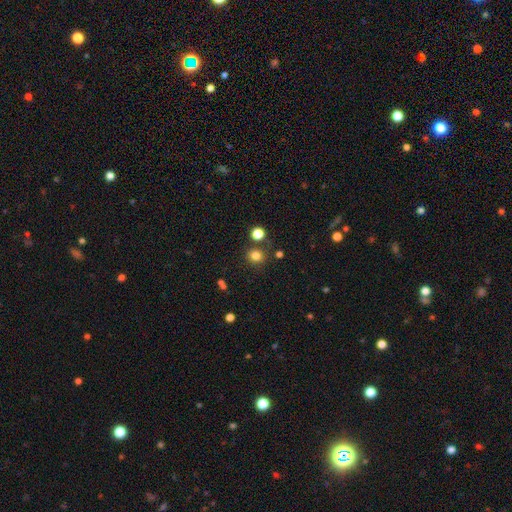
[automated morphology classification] Smooth or featured?
  - smooth: 79% *
  - star or artifact: 16%
  - featured or disk: 6%
How rounded?
  - round: 88% *
  - in between: 11%
  - cigar-shaped: 1%
Merging?
  - none: 81% *
  - minor disturbance: 8%
  - merger: 8%
  - major disturbance: 3%